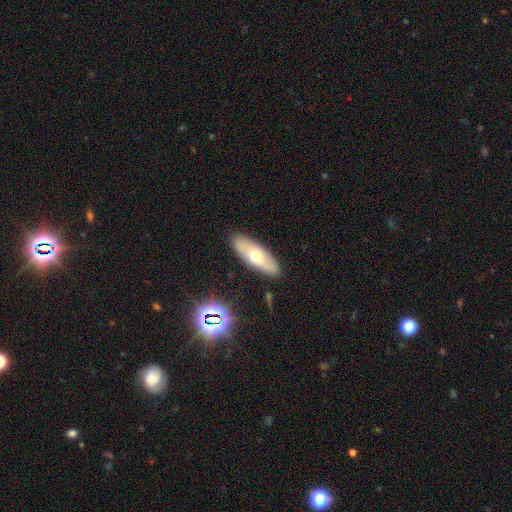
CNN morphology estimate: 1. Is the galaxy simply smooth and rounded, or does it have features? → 54% smooth, 39% featured or disk, 7% star or artifact.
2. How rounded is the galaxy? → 71% in between, 26% cigar-shaped, 3% round.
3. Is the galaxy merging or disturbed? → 87% none, 9% minor disturbance, 2% major disturbance, 1% merger.